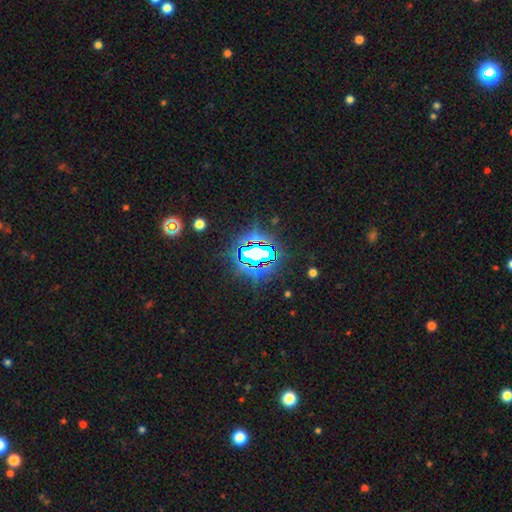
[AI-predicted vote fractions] Smooth or featured: star or artifact — 75% (smooth — 13%)